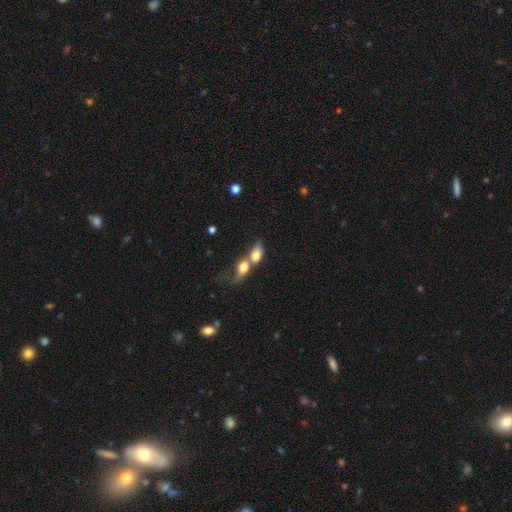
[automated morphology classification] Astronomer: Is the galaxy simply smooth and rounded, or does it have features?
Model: smooth — 75%.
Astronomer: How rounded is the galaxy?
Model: in between — 77%.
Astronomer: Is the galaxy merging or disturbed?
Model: merger — 75%.